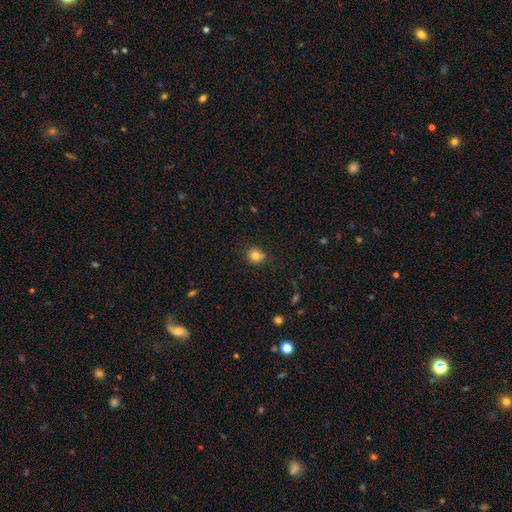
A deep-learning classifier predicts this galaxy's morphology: smooth_or_featured: smooth (p=0.82) [alt: star or artifact p=0.12]
how_rounded: round (p=0.79) [alt: in between p=0.20]
merging: none (p=0.81) [alt: minor disturbance p=0.14]